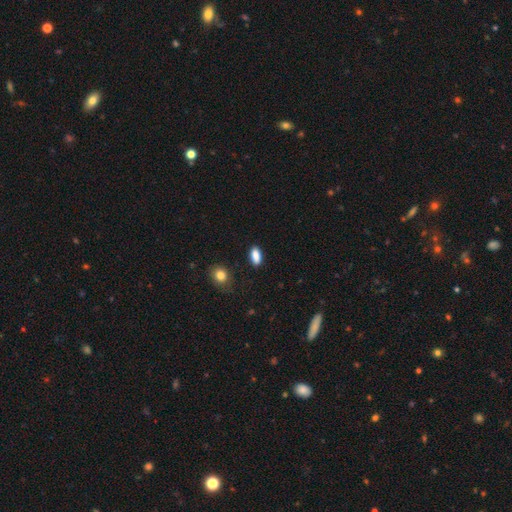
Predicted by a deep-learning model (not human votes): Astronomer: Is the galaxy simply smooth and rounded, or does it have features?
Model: smooth — 87%.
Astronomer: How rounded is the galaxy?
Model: in between — 84%.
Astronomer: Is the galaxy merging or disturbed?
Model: none — 85%.